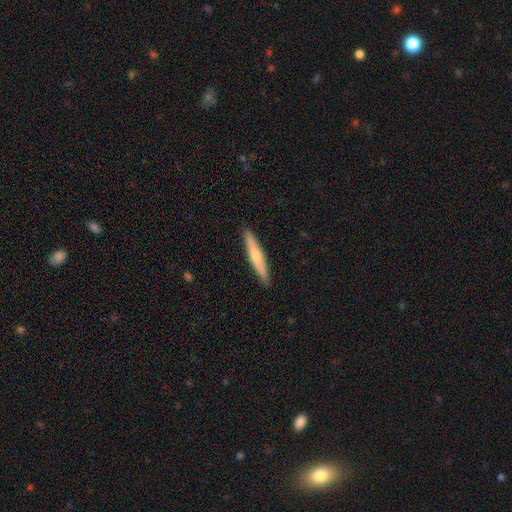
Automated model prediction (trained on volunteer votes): Smooth or featured? featured or disk (50%)
Edge-on disk? yes (93%)
Merging? none (91%)